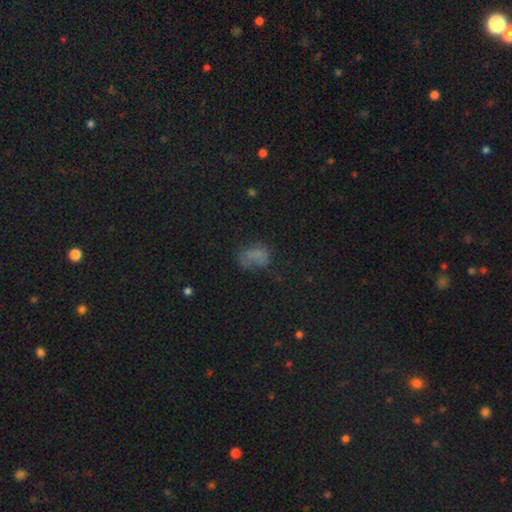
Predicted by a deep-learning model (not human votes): Q: Smooth or featured?
A: smooth (58%); runner-up: star or artifact (24%)
Q: How rounded?
A: in between (78%); runner-up: round (20%)
Q: Merging?
A: none (45%); runner-up: minor disturbance (28%)